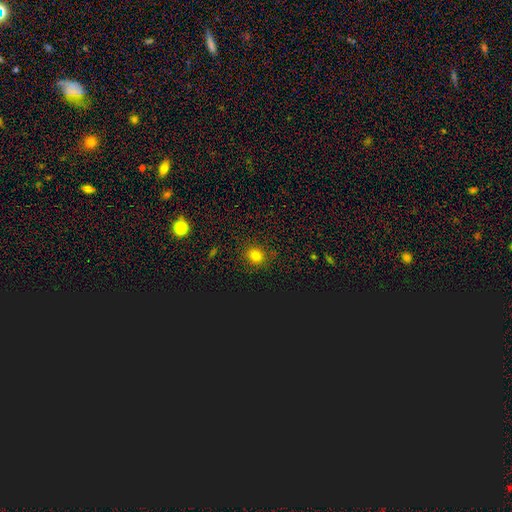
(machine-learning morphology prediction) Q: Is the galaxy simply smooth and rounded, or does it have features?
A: smooth — 75%.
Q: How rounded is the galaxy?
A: round — 79%.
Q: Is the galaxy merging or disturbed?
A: none — 87%.